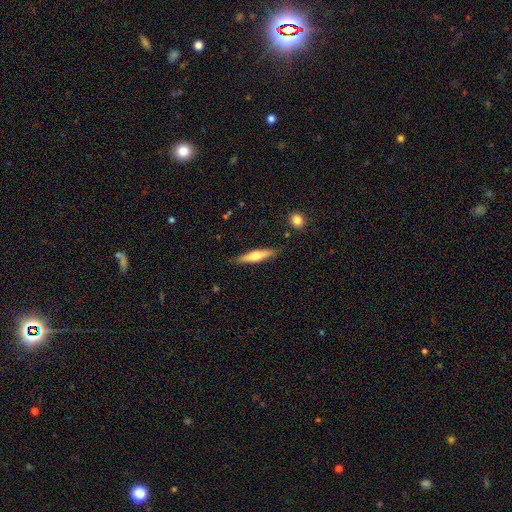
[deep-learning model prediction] smooth_or_featured: featured or disk (p=0.48) [alt: smooth p=0.46]
merging: none (p=0.86) [alt: minor disturbance p=0.10]